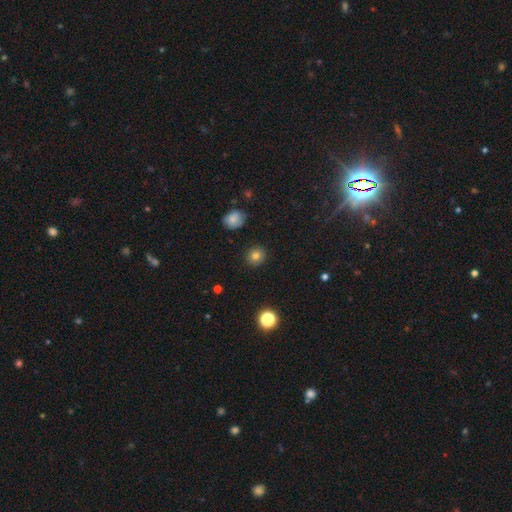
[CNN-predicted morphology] type=smooth (79%); roundness=round (86%); merging=none (90%).